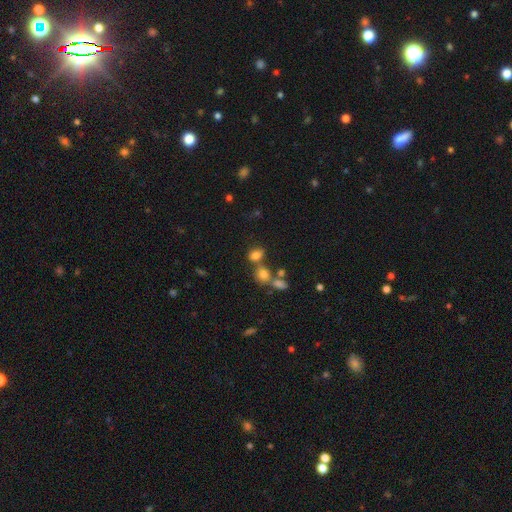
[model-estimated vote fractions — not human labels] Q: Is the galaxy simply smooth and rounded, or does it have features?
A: smooth — 76%.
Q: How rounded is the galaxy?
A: in between — 62%.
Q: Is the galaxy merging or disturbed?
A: none — 51%.